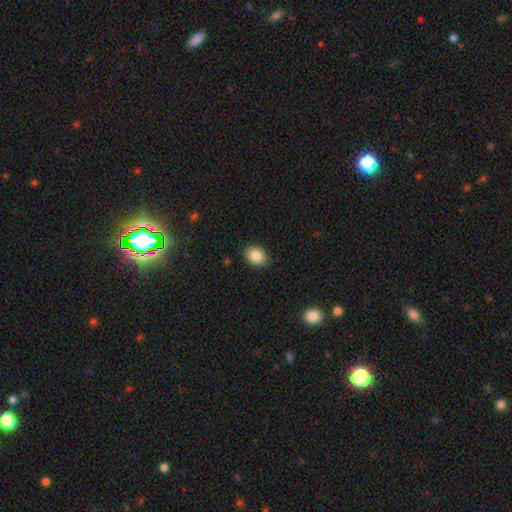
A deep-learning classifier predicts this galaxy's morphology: Q: Smooth or featured?
A: smooth (86%); runner-up: star or artifact (8%)
Q: How rounded?
A: in between (77%); runner-up: round (22%)
Q: Merging?
A: none (82%); runner-up: minor disturbance (14%)